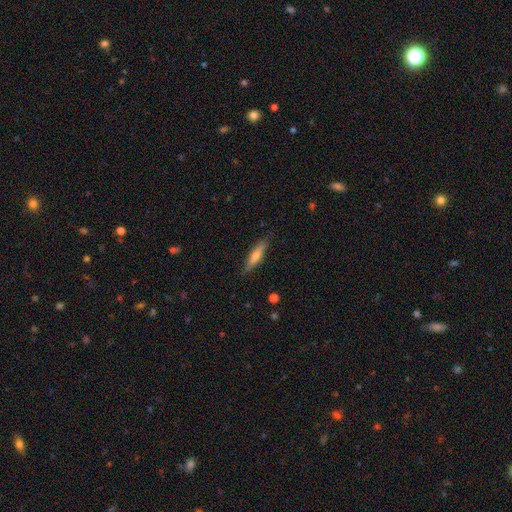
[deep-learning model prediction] This appears to be a smooth galaxy with no disk features (55%) that is cigar-shaped (79%). Merging: none (86%).